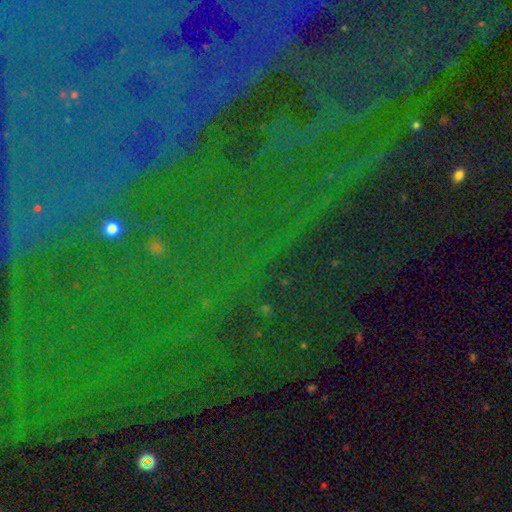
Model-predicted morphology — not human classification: Smooth or featured?
  - star or artifact: 82% *
  - featured or disk: 10%
  - smooth: 8%